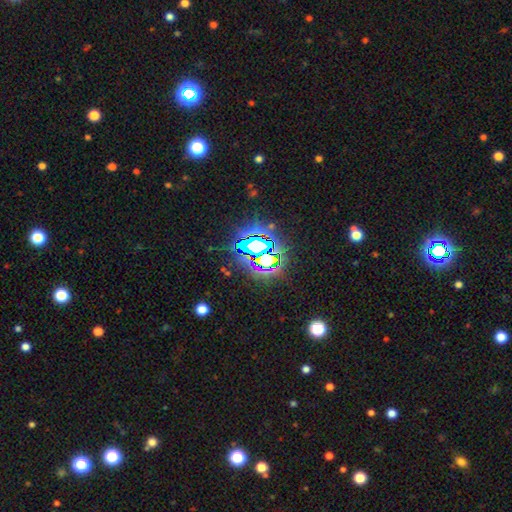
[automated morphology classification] smooth_or_featured: star or artifact (p=0.74) [alt: smooth p=0.14]